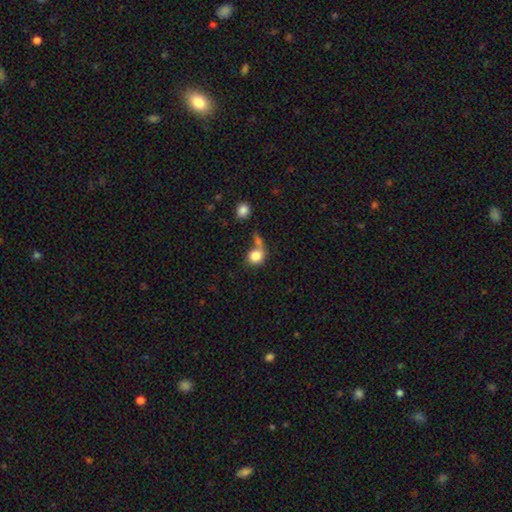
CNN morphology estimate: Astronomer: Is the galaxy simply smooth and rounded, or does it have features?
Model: smooth — 81%.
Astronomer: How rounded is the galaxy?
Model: round — 75%.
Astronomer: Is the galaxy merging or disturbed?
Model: none — 40% (runner-up: merger, 35%).